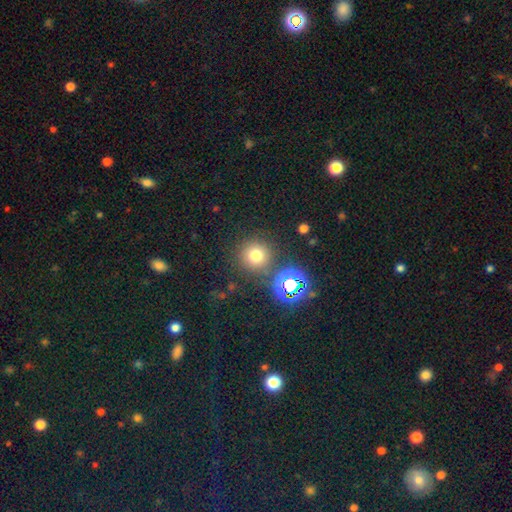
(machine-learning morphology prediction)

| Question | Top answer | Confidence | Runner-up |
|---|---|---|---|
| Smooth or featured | smooth | 69% | star or artifact (23%) |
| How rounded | round | 94% | in between (5%) |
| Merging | none | 83% | minor disturbance (8%) |